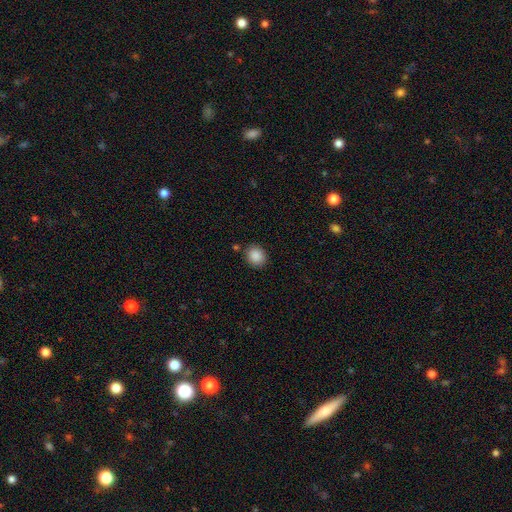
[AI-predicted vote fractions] smooth 88%, star or artifact 8%, featured or disk 3%. Down the decision tree: how rounded — round (67%); merging — none (85%).